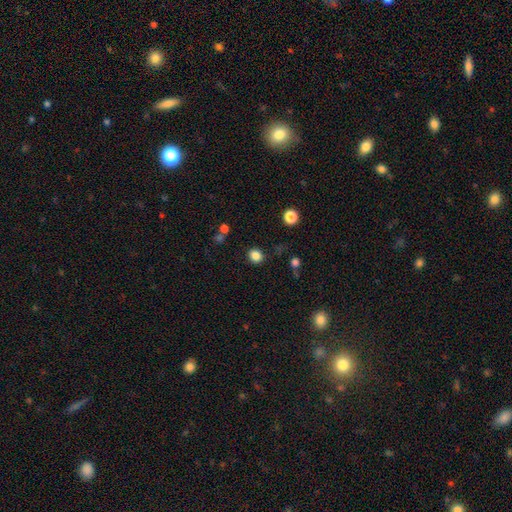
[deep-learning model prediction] Overall: smooth (84%). How rounded: round (74%). Merging: none (86%).